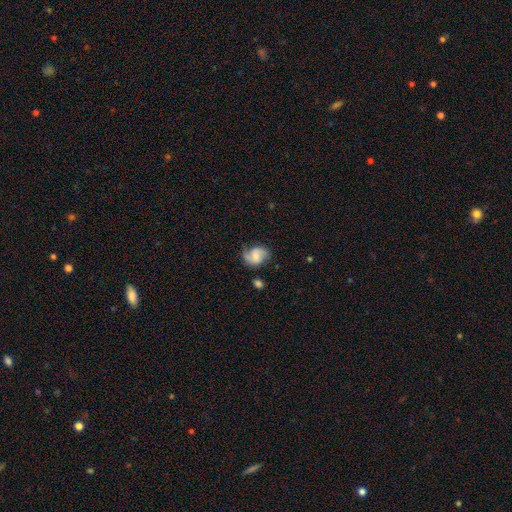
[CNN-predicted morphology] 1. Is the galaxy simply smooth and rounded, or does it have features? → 55% featured or disk, 37% smooth, 8% star or artifact.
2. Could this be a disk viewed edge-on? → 97% no, 3% yes.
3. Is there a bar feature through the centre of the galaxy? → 48% no, 42% weak, 10% strong.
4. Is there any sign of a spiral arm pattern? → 89% yes, 11% no.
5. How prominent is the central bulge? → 44% small, 43% moderate, 8% none, 4% large, 1% dominant.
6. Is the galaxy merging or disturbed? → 61% none, 27% minor disturbance, 10% major disturbance, 3% merger.